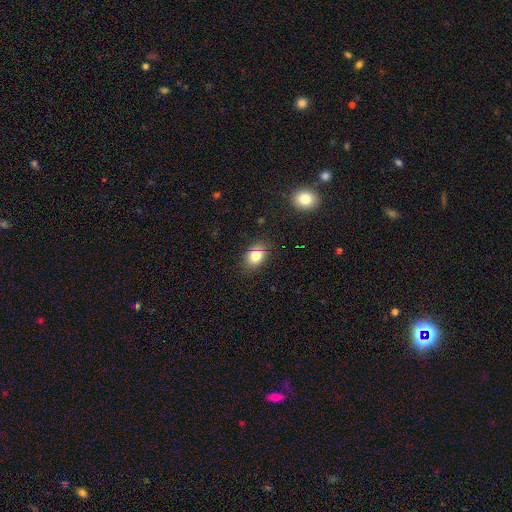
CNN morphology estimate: This appears to be a smooth galaxy with no disk features (80%) that is in between round and cigar-shaped (64%). Merging: none (82%).